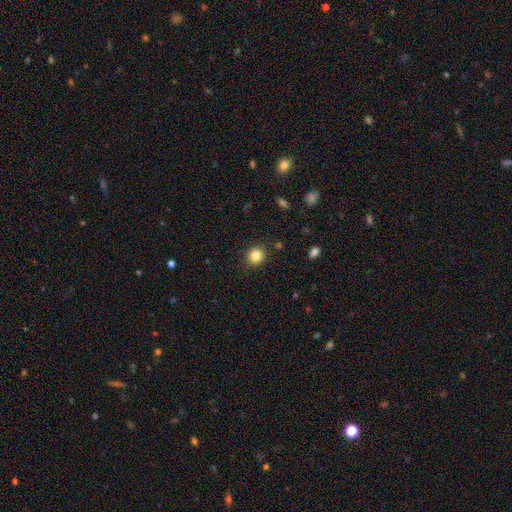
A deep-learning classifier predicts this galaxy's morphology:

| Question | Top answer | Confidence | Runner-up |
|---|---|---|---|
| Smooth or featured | smooth | 83% | star or artifact (11%) |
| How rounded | round | 85% | in between (14%) |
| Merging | none | 90% | minor disturbance (7%) |